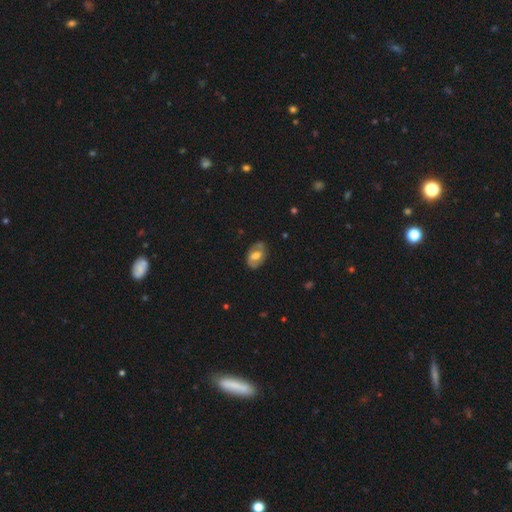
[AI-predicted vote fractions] Smooth or featured? Predicted: featured or disk (p=0.51). Edge-on disk? Predicted: no (p=0.94). Merging? Predicted: none (p=0.75).